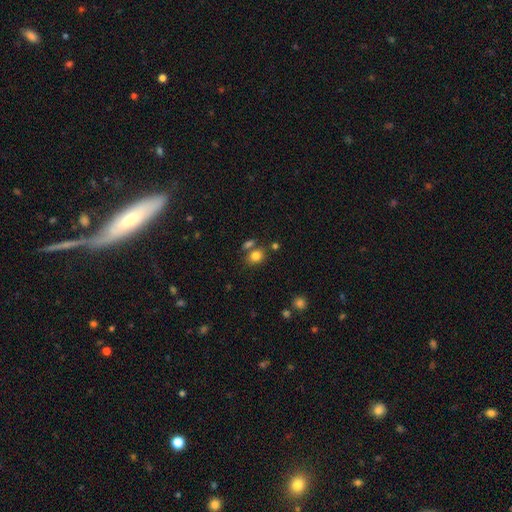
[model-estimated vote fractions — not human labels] A smooth galaxy with no disk features (81%) that is in between round and cigar-shaped (55%). Merging: none (63%).